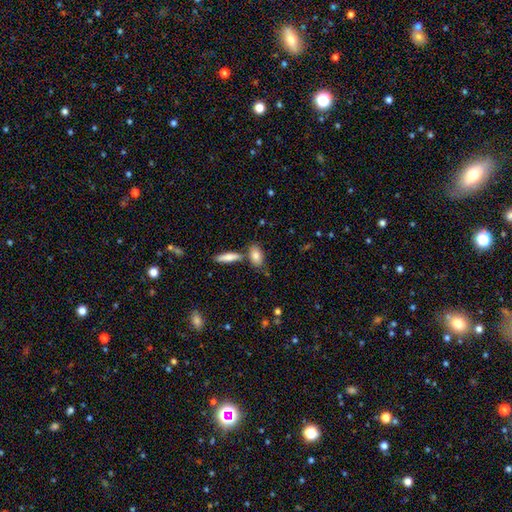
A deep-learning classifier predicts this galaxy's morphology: This is clearly a smooth galaxy (81%). How rounded: clearly in between (84%). Merging: likely none (61%).